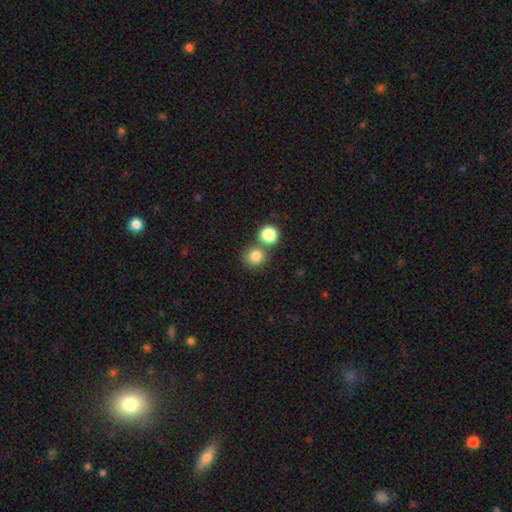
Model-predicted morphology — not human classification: Smooth or featured?
  - smooth: 81% *
  - star or artifact: 13%
  - featured or disk: 6%
How rounded?
  - round: 90% *
  - in between: 9%
  - cigar-shaped: 1%
Merging?
  - none: 66% *
  - merger: 24%
  - minor disturbance: 7%
  - major disturbance: 3%